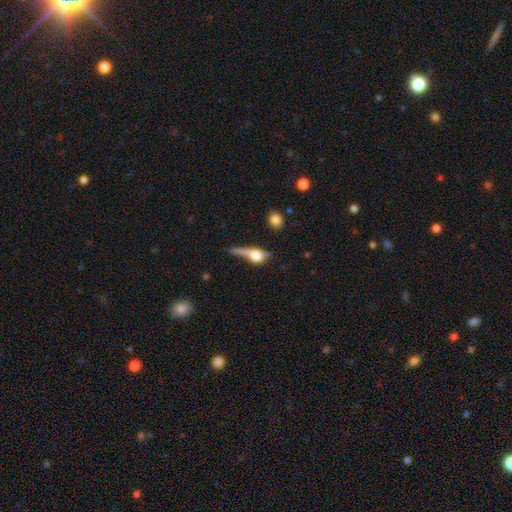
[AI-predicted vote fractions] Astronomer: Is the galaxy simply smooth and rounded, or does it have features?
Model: smooth — 54% (runner-up: featured or disk, 35%).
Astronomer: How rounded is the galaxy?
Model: in between — 45% (runner-up: round, 31%).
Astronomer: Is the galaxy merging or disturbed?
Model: major disturbance — 33% (runner-up: none, 29%).